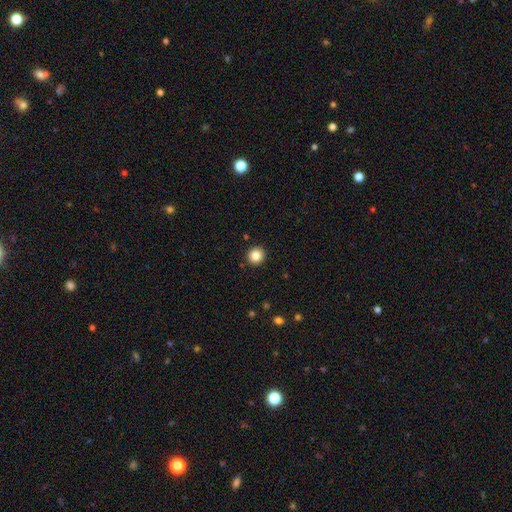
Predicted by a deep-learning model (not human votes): A smooth galaxy with no disk features (85%) that is round (93%).

Vote fractions:
- Smooth or featured? smooth: 85% / star or artifact: 10% / featured or disk: 5%
- How rounded? round: 93% / in between: 7% / cigar-shaped: 1%
- Merging? none: 92% / minor disturbance: 5% / major disturbance: 2% / merger: 1%